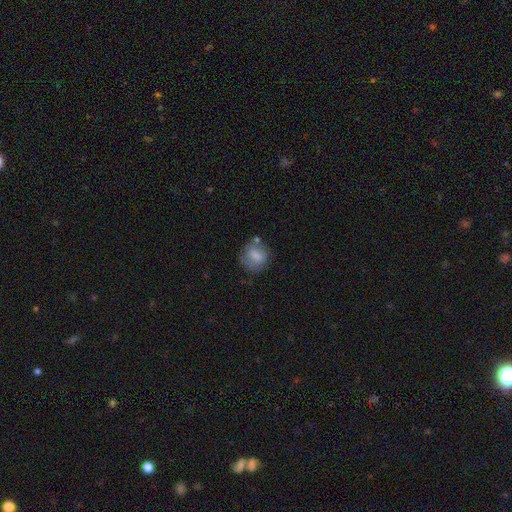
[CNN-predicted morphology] Smooth or featured? smooth (74%)
How rounded? round (70%)
Merging? none (64%)